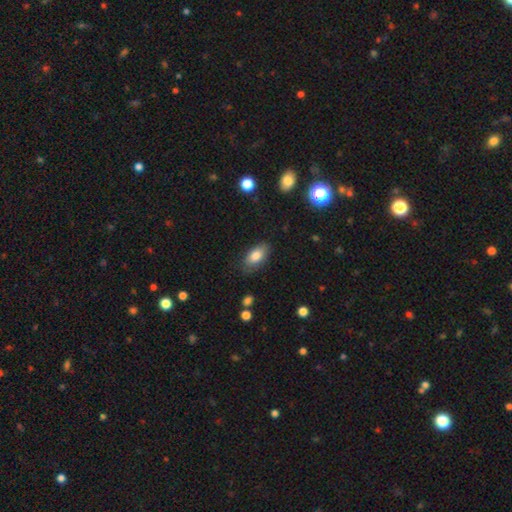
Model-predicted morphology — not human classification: A smooth galaxy with no disk features (81%) that is in between round and cigar-shaped (89%).

Vote fractions:
- Smooth or featured? smooth: 81% / featured or disk: 12% / star or artifact: 7%
- How rounded? in between: 89% / cigar-shaped: 7% / round: 4%
- Merging? none: 79% / minor disturbance: 15% / major disturbance: 4% / merger: 1%